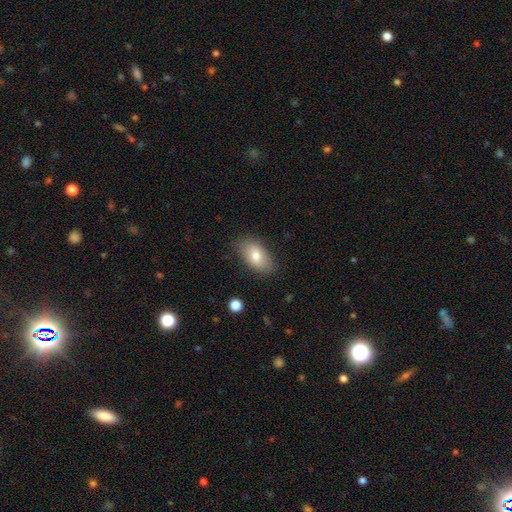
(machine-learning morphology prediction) The model was most divided on "smooth or featured": smooth: 77%, featured or disk: 15%, star or artifact: 7%. More confident: how rounded — in between (92%); merging — none (81%).